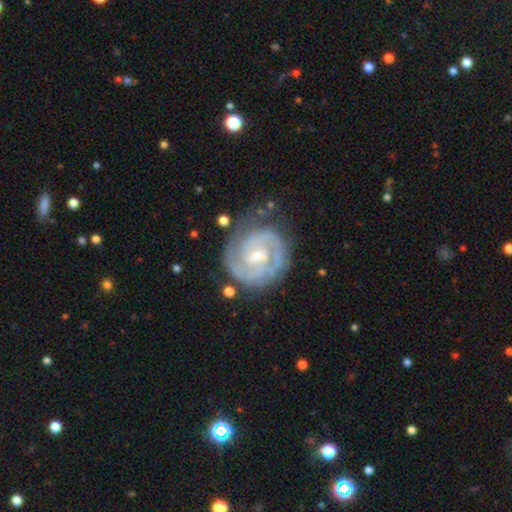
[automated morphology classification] This is clearly a featured or disk galaxy (90%). It is clearly not viewed edge-on (98%). Bar: possibly weak (53%). Spiral arm pattern: clearly yes (98%). Spiral arm count: likely 2 (70%). Spiral winding: likely tight (69%). Central bulge: possibly small (50%). Merging: likely none (73%).